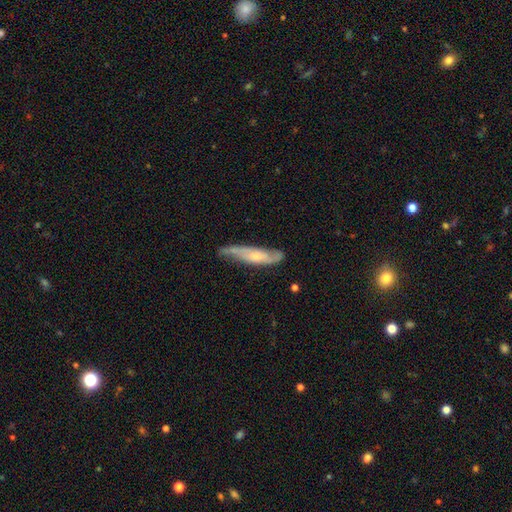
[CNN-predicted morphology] type=featured or disk (63%); edge-on=no (57%); merging=none (61%).